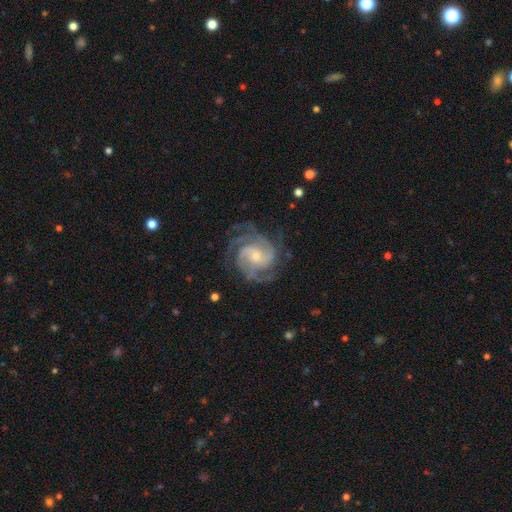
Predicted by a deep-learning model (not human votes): This is clearly a featured or disk galaxy (91%). It is clearly not viewed edge-on (98%). Bar: possibly no (59%). Spiral arm pattern: clearly yes (98%). Spiral arm count: marginally 3 (41%). Spiral winding: possibly tight (52%). Central bulge: likely small (64%). Merging: likely none (73%).